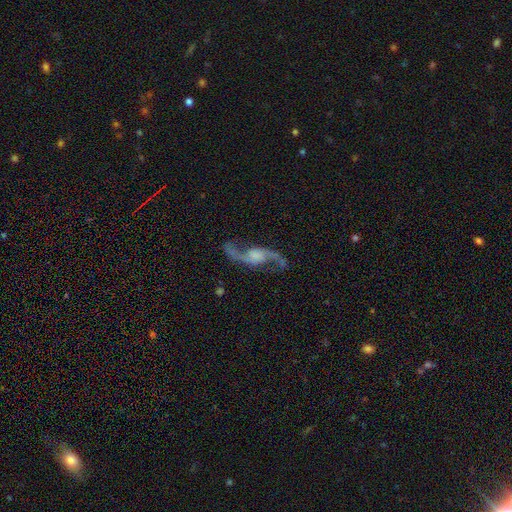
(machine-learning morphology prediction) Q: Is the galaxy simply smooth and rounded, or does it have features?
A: featured or disk — 91%.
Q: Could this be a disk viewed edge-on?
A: no — 94%.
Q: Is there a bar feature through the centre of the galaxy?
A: no — 55%.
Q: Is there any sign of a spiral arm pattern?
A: yes — 97%.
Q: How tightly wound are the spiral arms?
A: loose — 83%.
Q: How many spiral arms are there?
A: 2 — 95%.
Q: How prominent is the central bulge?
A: none — 29%.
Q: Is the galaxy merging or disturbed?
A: none — 80%.